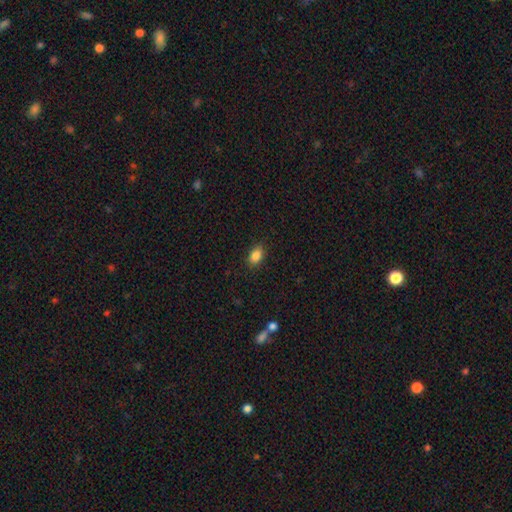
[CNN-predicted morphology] Smooth or featured? Predicted: smooth (p=0.86). How rounded? Predicted: in between (p=0.83). Merging? Predicted: none (p=0.88).